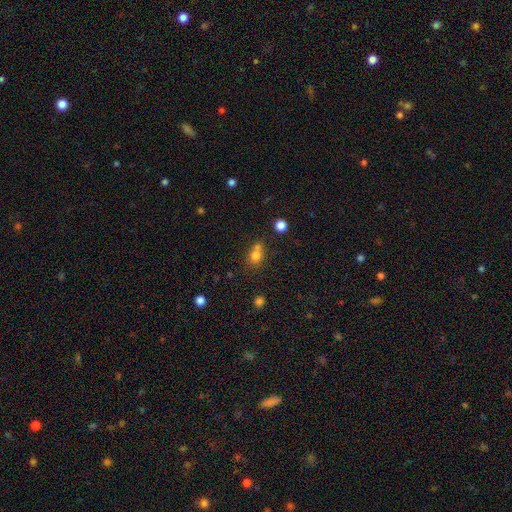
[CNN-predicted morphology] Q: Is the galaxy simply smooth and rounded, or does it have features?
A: smooth — 75%.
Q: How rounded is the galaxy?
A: round — 63%.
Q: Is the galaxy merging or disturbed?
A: merger — 44%.